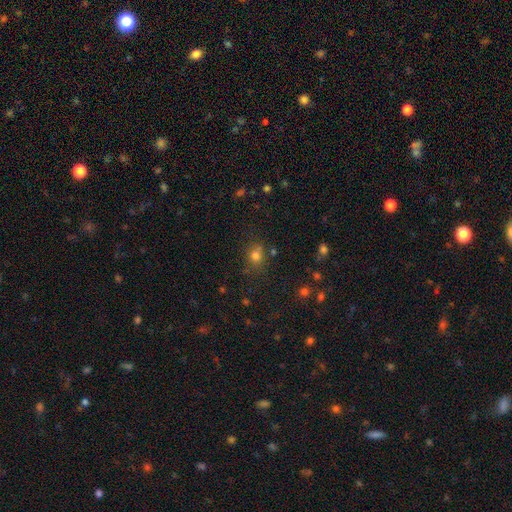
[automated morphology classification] smooth-or-featured: smooth: 74% | star or artifact: 18% | featured or disk: 8%
  how-rounded: round: 72% | in between: 27% | cigar-shaped: 1%
  merging: none: 69% | minor disturbance: 16% | merger: 9% | major disturbance: 6%